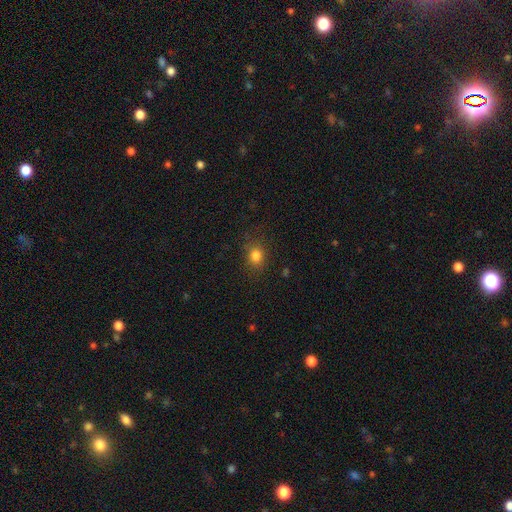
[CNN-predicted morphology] Q: Smooth or featured?
A: smooth (81%); runner-up: star or artifact (13%)
Q: How rounded?
A: round (56%); runner-up: in between (43%)
Q: Merging?
A: none (81%); runner-up: minor disturbance (13%)